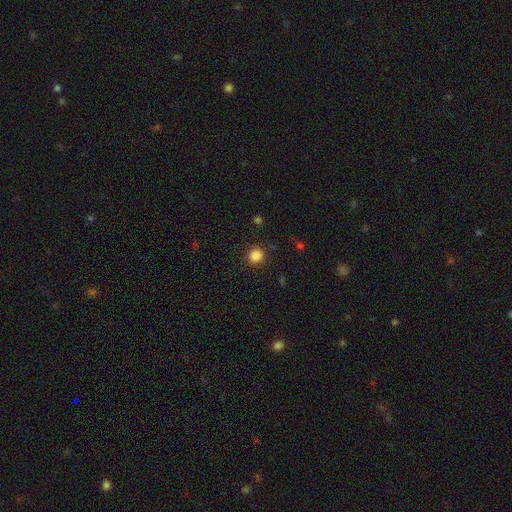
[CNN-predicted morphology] Q: Smooth or featured?
A: smooth (85%); runner-up: star or artifact (11%)
Q: How rounded?
A: round (91%); runner-up: in between (8%)
Q: Merging?
A: none (90%); runner-up: minor disturbance (7%)